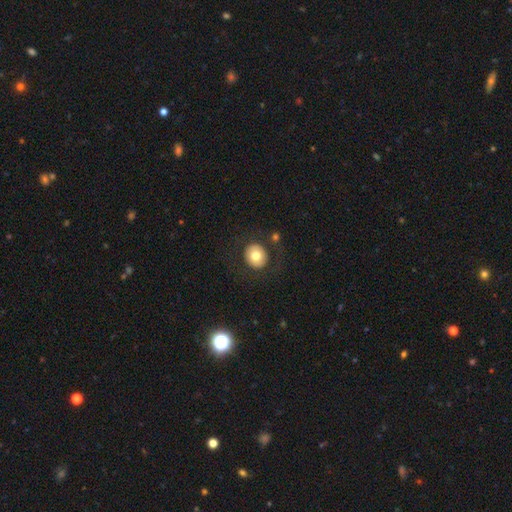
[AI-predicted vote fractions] A smooth galaxy with no disk features (73%) that is round (84%).

Vote fractions:
- Smooth or featured? smooth: 73% / featured or disk: 18% / star or artifact: 8%
- How rounded? round: 84% / in between: 15% / cigar-shaped: 1%
- Merging? none: 84% / minor disturbance: 8% / major disturbance: 6% / merger: 2%